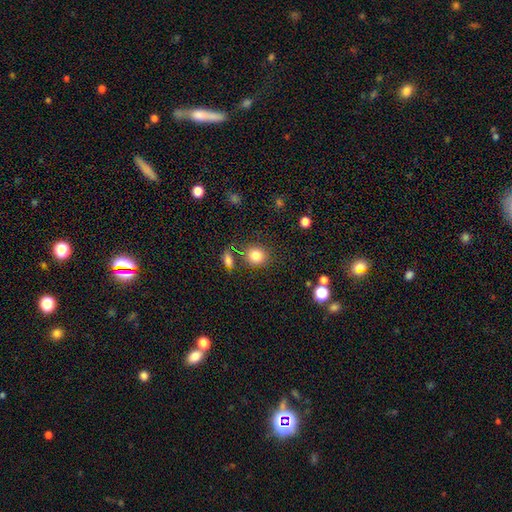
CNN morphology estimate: smooth-or-featured: smooth: 83% | star or artifact: 11% | featured or disk: 6%
  how-rounded: round: 80% | in between: 19% | cigar-shaped: 1%
  merging: none: 79% | minor disturbance: 10% | merger: 7% | major disturbance: 4%